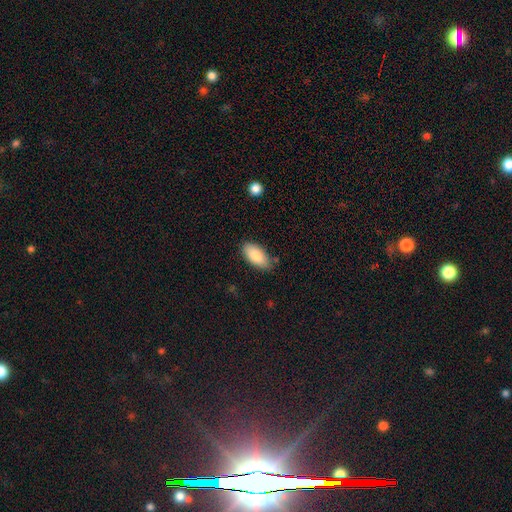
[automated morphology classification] A smooth galaxy with no disk features (86%) that is in between round and cigar-shaped (93%).

Vote fractions:
- Smooth or featured? smooth: 86% / featured or disk: 8% / star or artifact: 6%
- How rounded? in between: 93% / cigar-shaped: 5% / round: 2%
- Merging? none: 80% / minor disturbance: 15% / major disturbance: 3% / merger: 2%